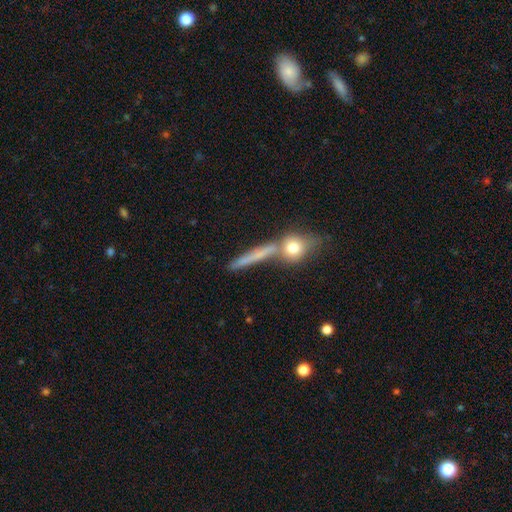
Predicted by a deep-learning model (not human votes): Overall: smooth (57%; featured or disk 33%). How rounded: cigar-shaped (72%). Merging: none (63%).